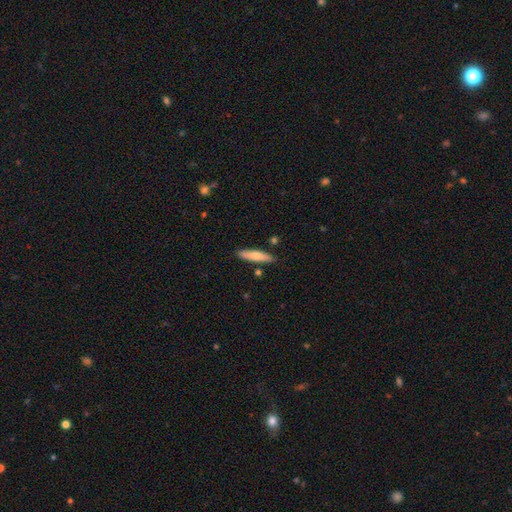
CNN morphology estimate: The model was most divided on "smooth or featured": smooth: 67%, featured or disk: 27%, star or artifact: 6%. More confident: merging — none (85%); how rounded — cigar-shaped (80%).